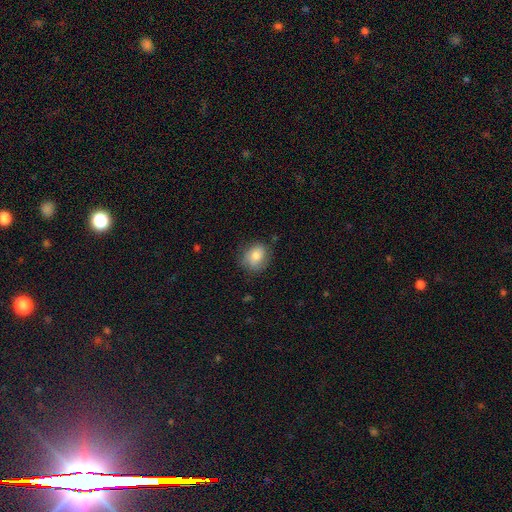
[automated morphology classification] smooth-or-featured: smooth: 79% | featured or disk: 13% | star or artifact: 8%
  how-rounded: round: 55% | in between: 44% | cigar-shaped: 1%
  merging: none: 74% | minor disturbance: 20% | major disturbance: 5% | merger: 1%